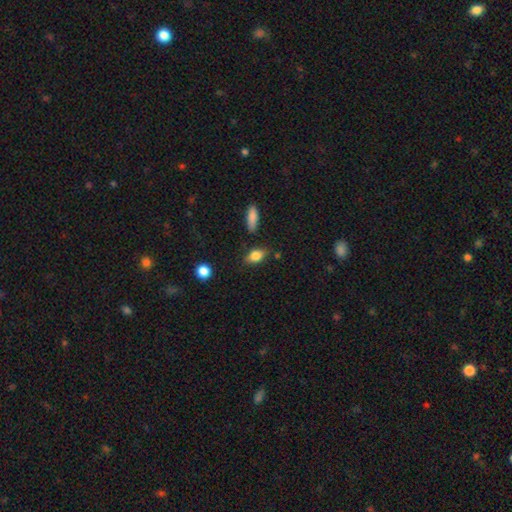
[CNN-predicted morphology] smooth_or_featured: smooth (p=0.79) [alt: featured or disk p=0.13]
how_rounded: in between (p=0.80) [alt: round p=0.11]
merging: none (p=0.76) [alt: minor disturbance p=0.17]